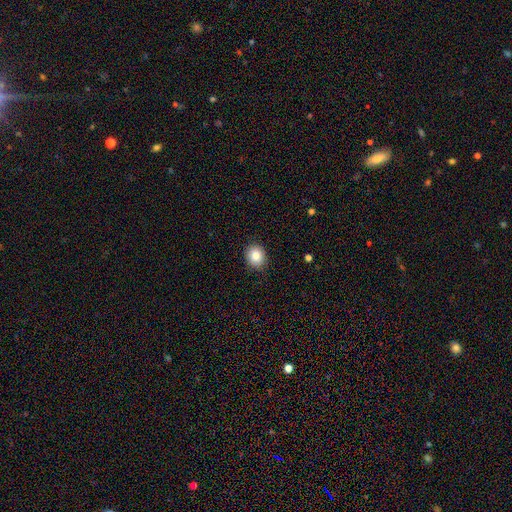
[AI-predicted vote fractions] smooth_or_featured: smooth (p=0.84) [alt: star or artifact p=0.09]
how_rounded: round (p=0.73) [alt: in between p=0.27]
merging: none (p=0.87) [alt: minor disturbance p=0.10]